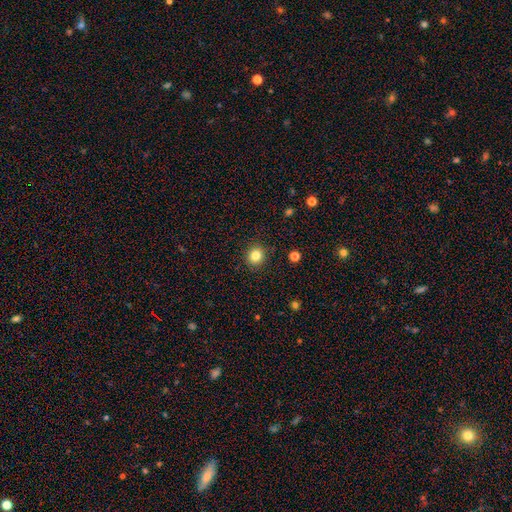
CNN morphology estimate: A smooth galaxy with no disk features (83%) that is round (84%). Merging: none (89%).